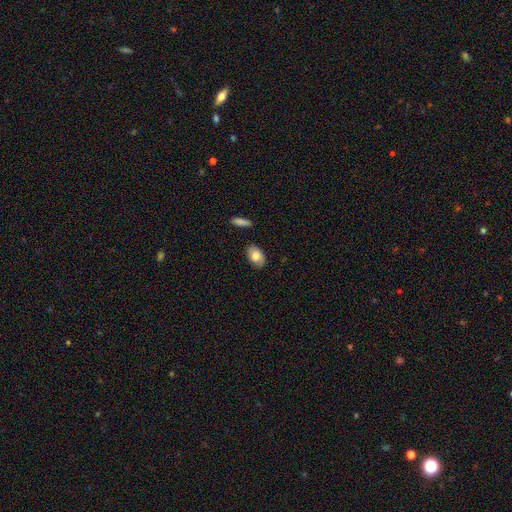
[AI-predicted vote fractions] Smooth or featured? smooth (76%)
How rounded? in between (90%)
Merging? none (78%)